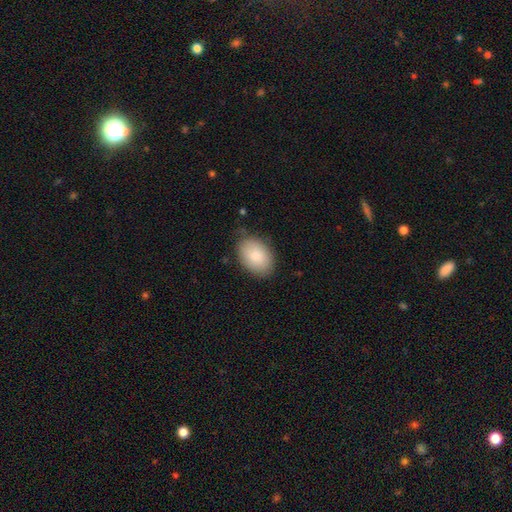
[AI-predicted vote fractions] Smooth or featured?
  - smooth: 85% *
  - featured or disk: 9%
  - star or artifact: 6%
How rounded?
  - in between: 86% *
  - round: 13%
  - cigar-shaped: 1%
Merging?
  - none: 79% *
  - minor disturbance: 16%
  - major disturbance: 4%
  - merger: 1%